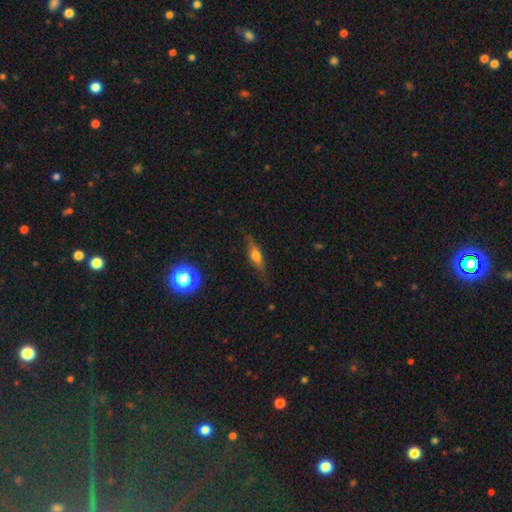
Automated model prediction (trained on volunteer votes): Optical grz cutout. It shows a featured or disk galaxy (49%). Merging: none (79%).